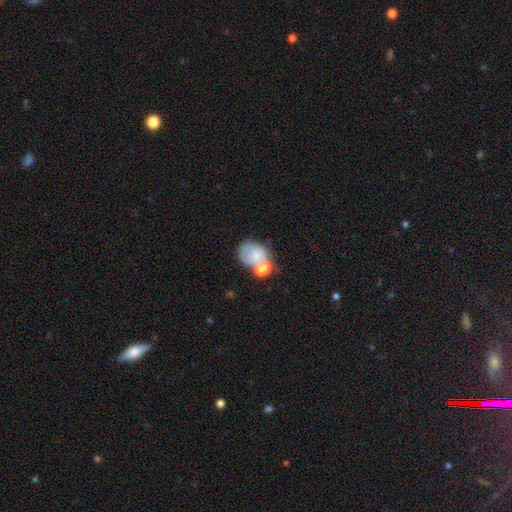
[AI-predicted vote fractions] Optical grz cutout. It shows a smooth galaxy with no disk features (66%) that is in between round and cigar-shaped (59%). Merging: merger (41%).